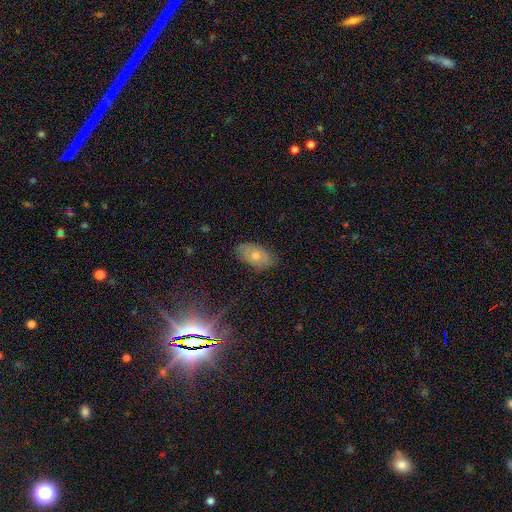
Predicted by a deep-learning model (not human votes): smooth_or_featured: smooth (p=0.49) [alt: featured or disk p=0.41]
merging: none (p=0.78) [alt: minor disturbance p=0.17]